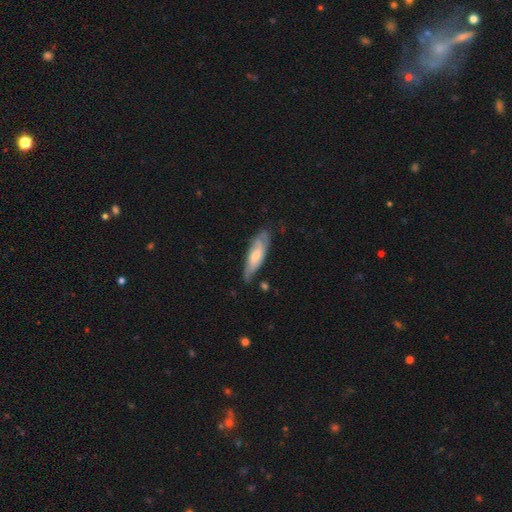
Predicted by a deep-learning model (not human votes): featured or disk 60%, smooth 35%, star or artifact 5%. Down the decision tree: edge-on disk — no (72%); merging — none (66%).